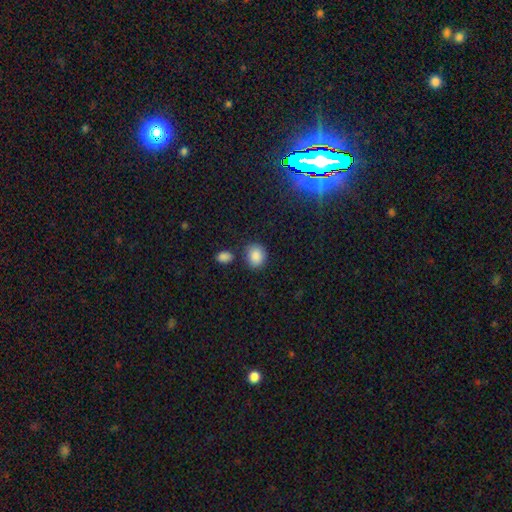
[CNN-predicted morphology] Smooth or featured: smooth — 88% (star or artifact — 8%)
How rounded: round — 63% (in between — 36%)
Merging: none — 76% (minor disturbance — 13%)